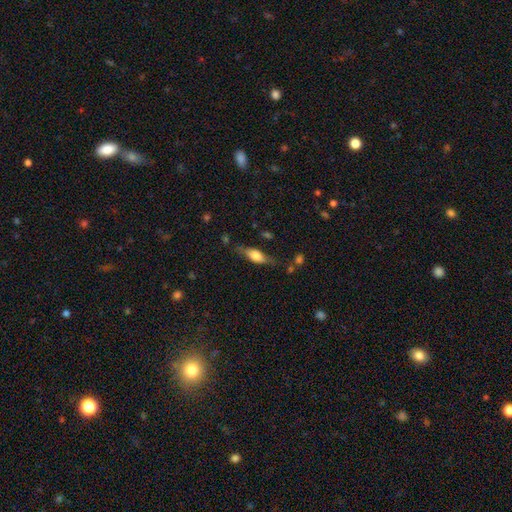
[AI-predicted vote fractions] smooth_or_featured: smooth (p=0.62) [alt: featured or disk p=0.31]
how_rounded: in between (p=0.64) [alt: cigar-shaped p=0.32]
merging: none (p=0.68) [alt: minor disturbance p=0.22]